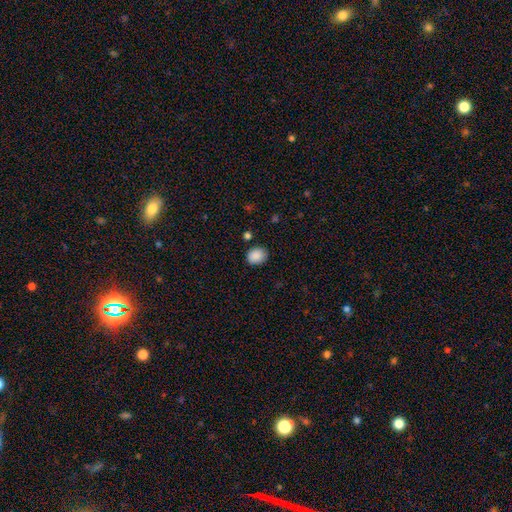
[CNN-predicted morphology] Smooth or featured? smooth (88%)
How rounded? round (59%)
Merging? none (83%)